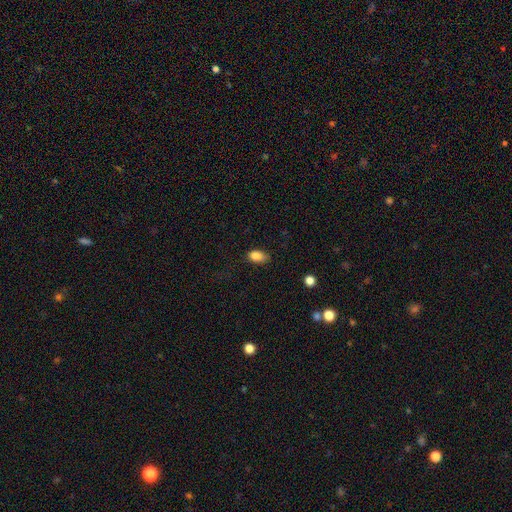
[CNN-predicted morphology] smooth_or_featured: smooth (p=0.85) [alt: star or artifact p=0.09]
how_rounded: in between (p=0.89) [alt: round p=0.08]
merging: none (p=0.63) [alt: minor disturbance p=0.28]